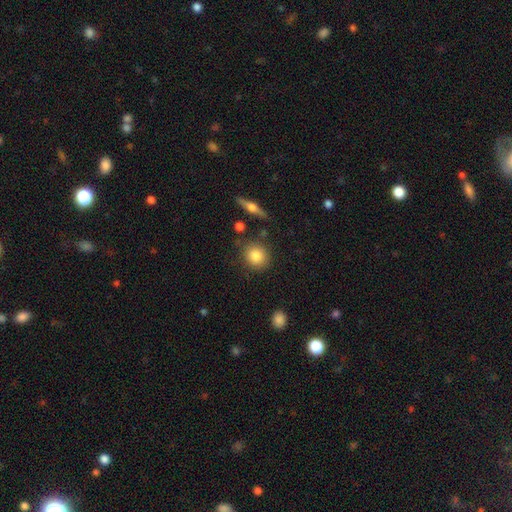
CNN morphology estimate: Q: Smooth or featured?
A: smooth (82%); runner-up: featured or disk (10%)
Q: How rounded?
A: round (83%); runner-up: in between (16%)
Q: Merging?
A: none (82%); runner-up: minor disturbance (10%)